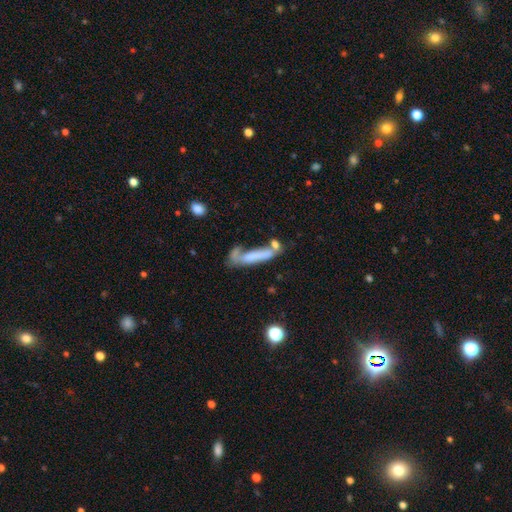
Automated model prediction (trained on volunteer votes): A smooth galaxy with no disk features (55%) that is cigar-shaped (77%). Merging: none (32%).